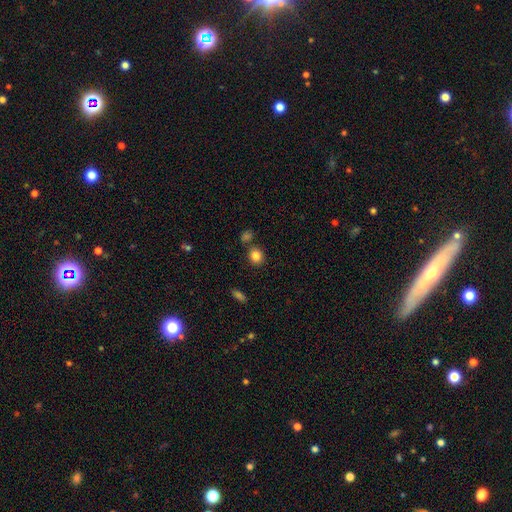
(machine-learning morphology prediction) Smooth or featured: smooth — 84% (star or artifact — 10%)
How rounded: round — 77% (in between — 22%)
Merging: none — 76% (merger — 10%)